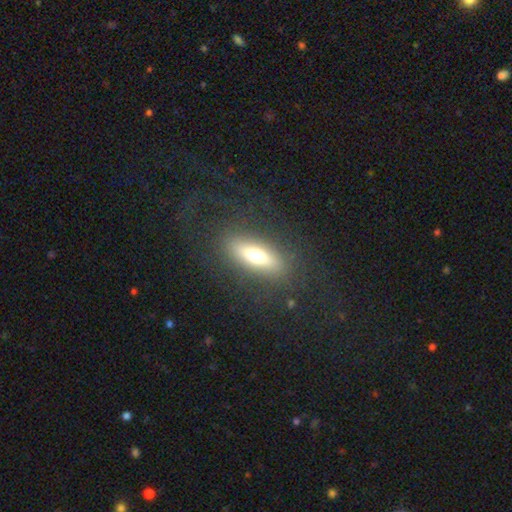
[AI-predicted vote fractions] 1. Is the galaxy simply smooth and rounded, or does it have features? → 57% smooth, 33% featured or disk, 10% star or artifact.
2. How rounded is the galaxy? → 58% in between, 36% cigar-shaped, 6% round.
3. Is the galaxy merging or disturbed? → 84% none, 9% minor disturbance, 6% major disturbance, 1% merger.